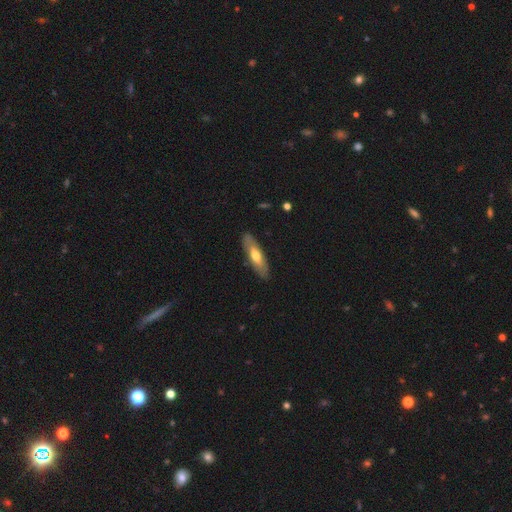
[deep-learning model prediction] smooth-or-featured: smooth: 49% | featured or disk: 46% | star or artifact: 5%
  merging: none: 85% | minor disturbance: 11% | major disturbance: 2% | merger: 1%